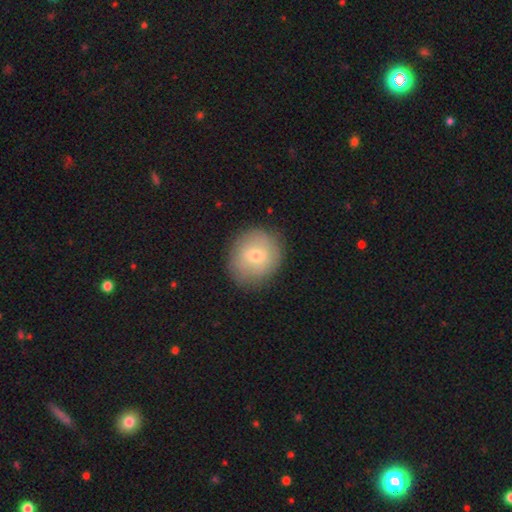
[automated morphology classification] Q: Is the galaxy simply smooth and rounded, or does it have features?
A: smooth — 66%.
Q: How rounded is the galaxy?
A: round — 79%.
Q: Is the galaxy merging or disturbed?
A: none — 84%.